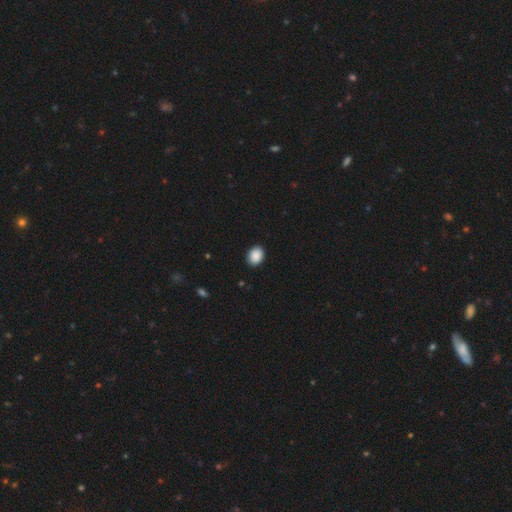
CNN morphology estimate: A smooth galaxy with no disk features (90%) that is in between round and cigar-shaped (71%). Merging: none (90%).